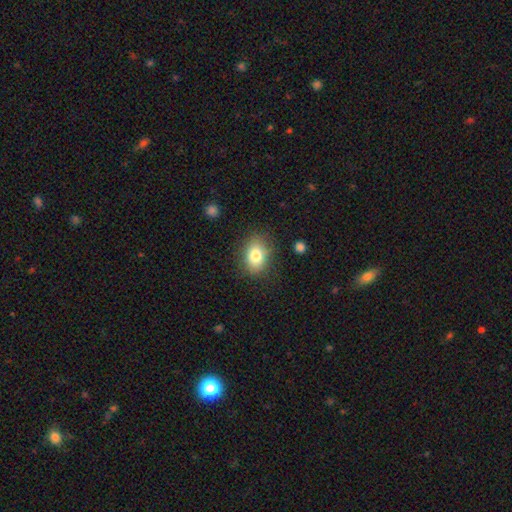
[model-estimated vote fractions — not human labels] smooth_or_featured: smooth (p=0.81) [alt: featured or disk p=0.10]
how_rounded: in between (p=0.76) [alt: round p=0.22]
merging: none (p=0.80) [alt: minor disturbance p=0.13]